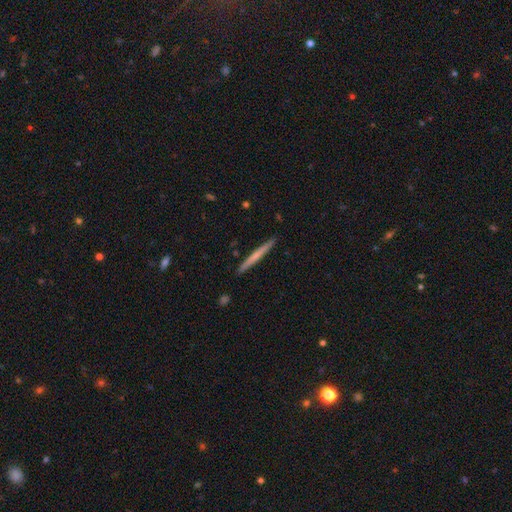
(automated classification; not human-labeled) This appears to be a smooth galaxy with no disk features (55%) that is cigar-shaped (97%). Merging: none (92%).